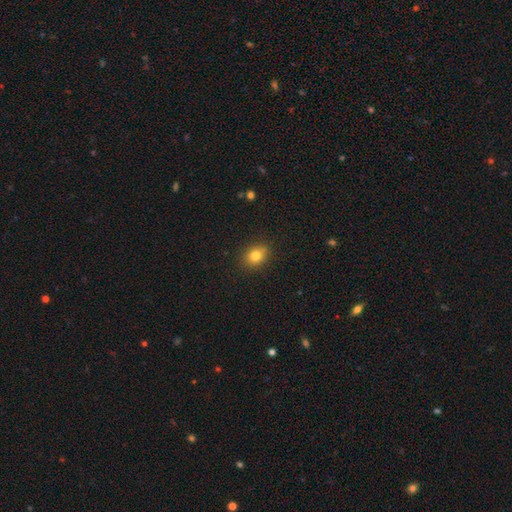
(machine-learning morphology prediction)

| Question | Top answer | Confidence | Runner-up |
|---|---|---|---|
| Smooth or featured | smooth | 81% | star or artifact (11%) |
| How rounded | round | 49% | tied: in between (49%) |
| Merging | none | 85% | minor disturbance (11%) |